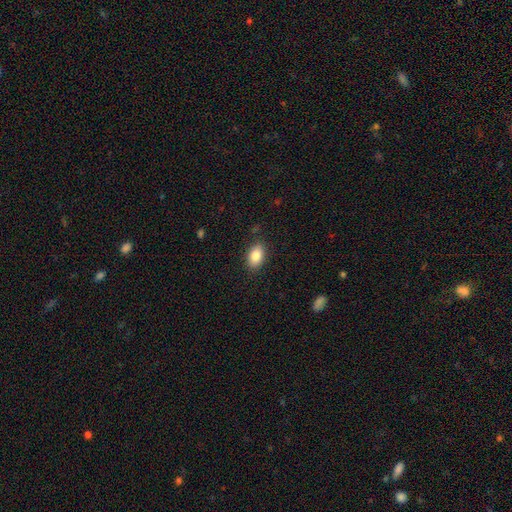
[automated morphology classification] This is clearly a smooth galaxy (85%). How rounded: clearly in between (89%). Merging: clearly none (85%).